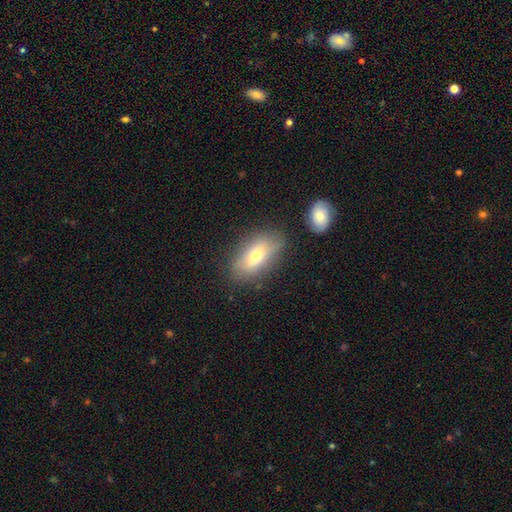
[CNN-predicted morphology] Q: Smooth or featured?
A: smooth (61%); runner-up: featured or disk (30%)
Q: How rounded?
A: in between (84%); runner-up: cigar-shaped (10%)
Q: Merging?
A: none (77%); runner-up: minor disturbance (15%)